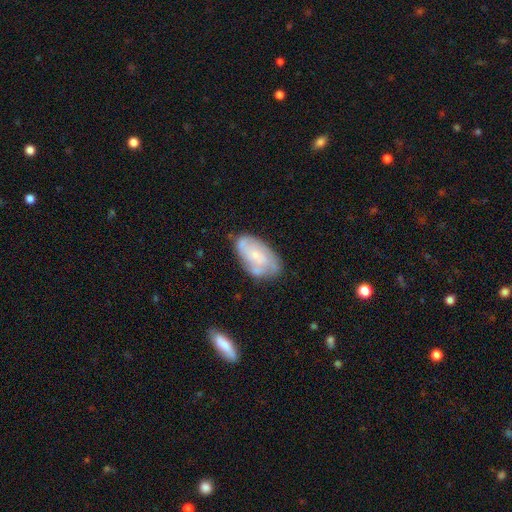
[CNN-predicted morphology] Q: Smooth or featured?
A: featured or disk (61%); runner-up: smooth (32%)
Q: Edge-on disk?
A: no (95%); runner-up: yes (5%)
Q: Bar?
A: no (71%); runner-up: weak (25%)
Q: Spiral arms?
A: yes (79%); runner-up: no (21%)
Q: Bulge size?
A: small (67%); runner-up: moderate (22%)
Q: Merging?
A: none (64%); runner-up: minor disturbance (24%)